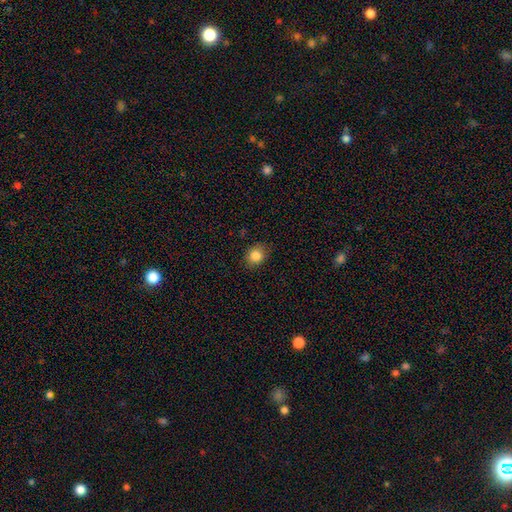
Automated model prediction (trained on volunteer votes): smooth_or_featured: smooth (p=0.84) [alt: star or artifact p=0.10]
how_rounded: round (p=0.61) [alt: in between p=0.38]
merging: none (p=0.84) [alt: minor disturbance p=0.12]